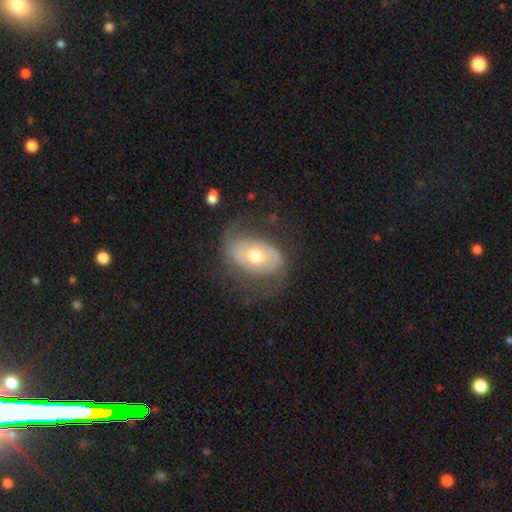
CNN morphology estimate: smooth_or_featured: featured or disk (p=0.63) [alt: smooth p=0.30]
disk_edge_on: no (p=0.95) [alt: yes p=0.05]
bar: no (p=0.65) [alt: weak p=0.24]
has_spiral_arms: yes (p=0.66) [alt: no p=0.34]
bulge_size: moderate (p=0.74) [alt: small p=0.14]
merging: none (p=0.59) [alt: minor disturbance p=0.22]